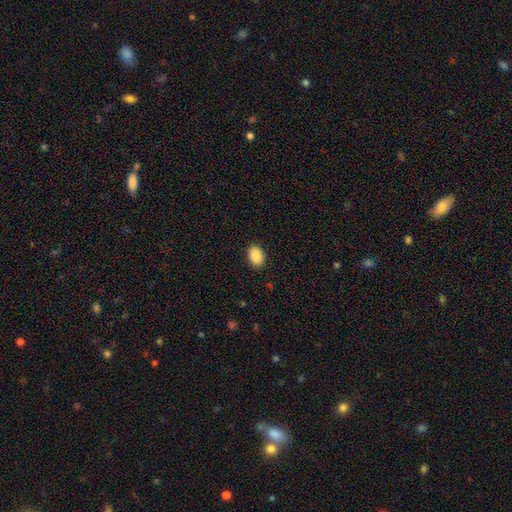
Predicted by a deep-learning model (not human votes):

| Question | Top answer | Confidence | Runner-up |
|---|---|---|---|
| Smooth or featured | smooth | 90% | star or artifact (7%) |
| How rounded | in between | 85% | round (14%) |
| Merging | none | 89% | minor disturbance (8%) |